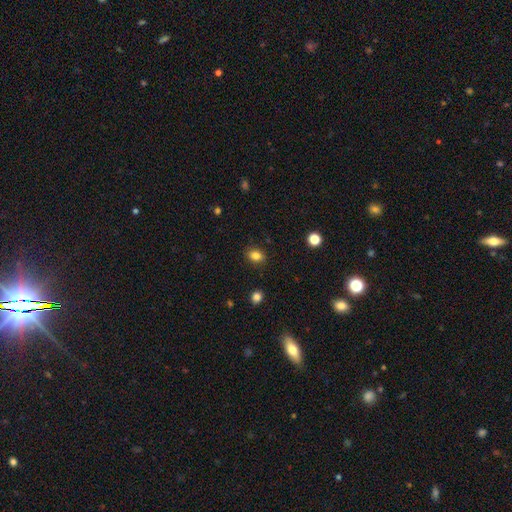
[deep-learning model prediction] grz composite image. It shows a smooth galaxy with no disk features (84%) that is in between round and cigar-shaped (63%). Merging: none (86%).